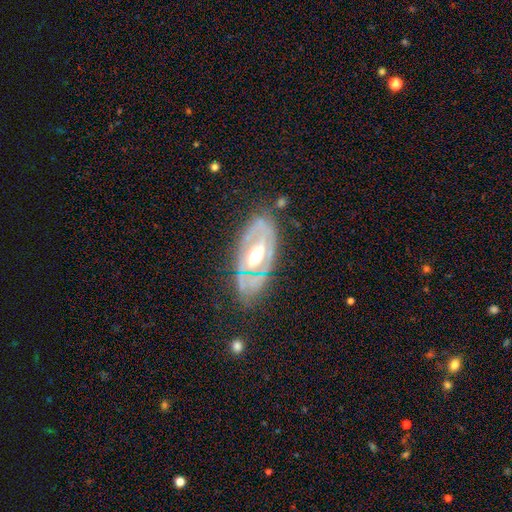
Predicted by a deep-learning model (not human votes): A featured or disk galaxy (80%) with no bar (42%), spiral arms (64%) and a moderate central bulge (68%).

Vote fractions:
- Smooth or featured? featured or disk: 80% / smooth: 14% / star or artifact: 6%
- Edge-on disk? no: 87% / yes: 13%
- Bar? no: 42% / weak: 36% / strong: 22%
- Spiral arms? yes: 64% / no: 36%
- Bulge size? moderate: 68% / large: 19% / small: 10% / dominant: 2% / none: 1%
- Merging? none: 69% / minor disturbance: 21% / major disturbance: 9% / merger: 2%